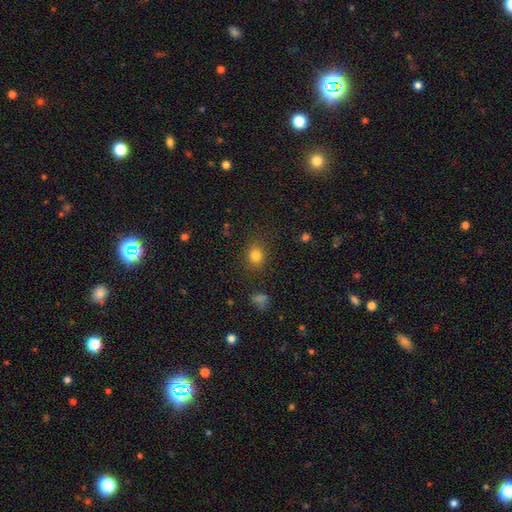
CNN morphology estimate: A smooth galaxy with no disk features (80%) that is round (70%). Merging: none (85%).